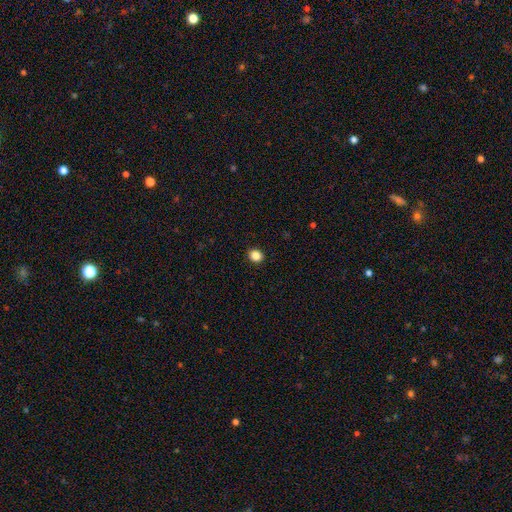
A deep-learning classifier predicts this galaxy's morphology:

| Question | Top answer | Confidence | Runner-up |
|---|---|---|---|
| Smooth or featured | smooth | 86% | star or artifact (11%) |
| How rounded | round | 74% | in between (25%) |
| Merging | none | 92% | minor disturbance (5%) |